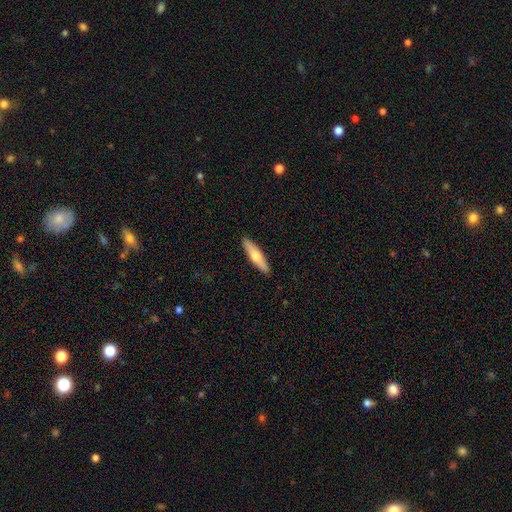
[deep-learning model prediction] smooth_or_featured: smooth (p=0.56) [alt: featured or disk p=0.38]
how_rounded: cigar-shaped (p=0.77) [alt: in between p=0.22]
merging: none (p=0.91) [alt: minor disturbance p=0.07]